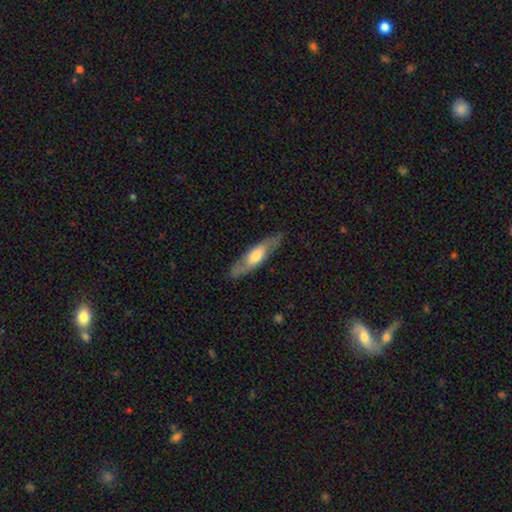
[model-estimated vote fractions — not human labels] Smooth or featured? Predicted: featured or disk (p=0.52). Edge-on disk? Predicted: yes (p=0.52). Merging? Predicted: none (p=0.81).